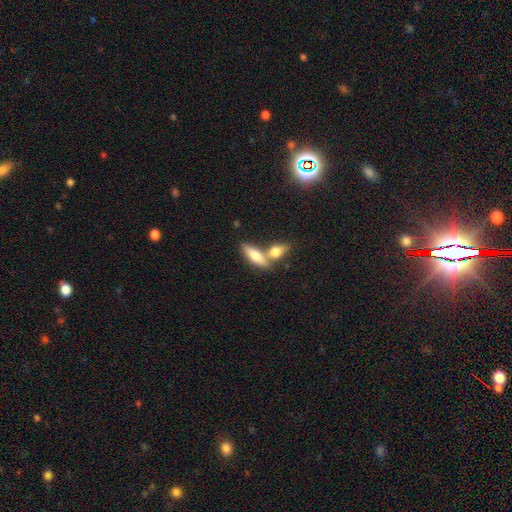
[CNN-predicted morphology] Smooth or featured?
  - smooth: 71% *
  - featured or disk: 23%
  - star or artifact: 6%
How rounded?
  - in between: 64% *
  - cigar-shaped: 32%
  - round: 4%
Merging?
  - merger: 49% *
  - none: 39%
  - minor disturbance: 8%
  - major disturbance: 3%